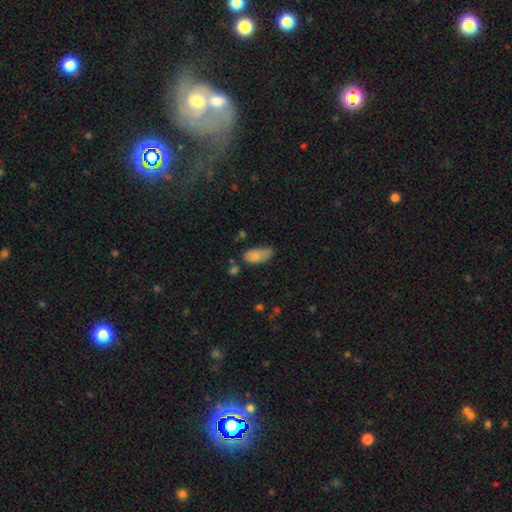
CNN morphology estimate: Smooth or featured? smooth (83%)
How rounded? in between (91%)
Merging? none (46%)